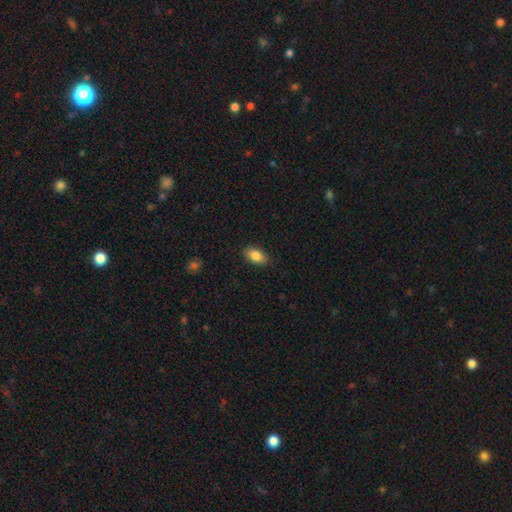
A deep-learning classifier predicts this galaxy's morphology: smooth_or_featured: smooth (p=0.85) [alt: featured or disk p=0.08]
how_rounded: in between (p=0.92) [alt: round p=0.05]
merging: none (p=0.86) [alt: minor disturbance p=0.11]